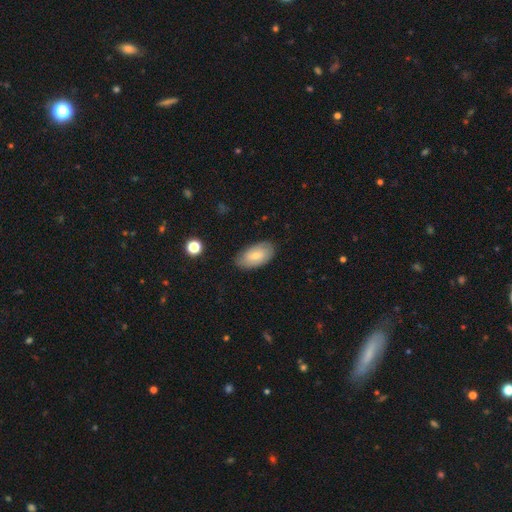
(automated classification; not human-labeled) This is likely a smooth galaxy (68%). How rounded: clearly in between (94%). Merging: clearly none (81%).